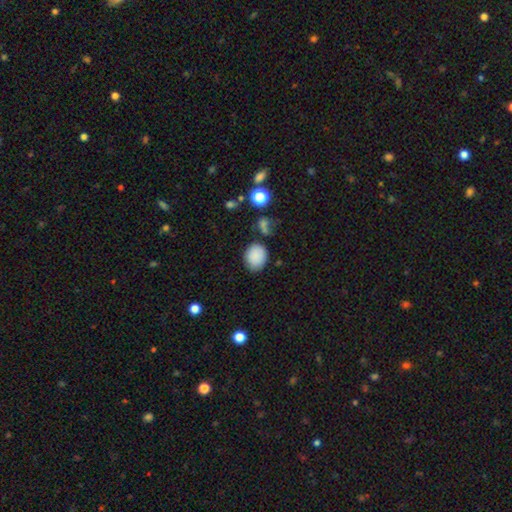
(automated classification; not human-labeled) Q: Smooth or featured?
A: smooth (86%); runner-up: star or artifact (9%)
Q: How rounded?
A: round (50%); runner-up: in between (49%)
Q: Merging?
A: none (74%); runner-up: minor disturbance (17%)